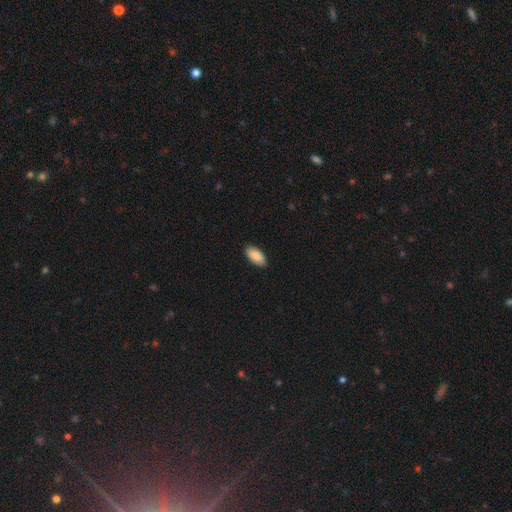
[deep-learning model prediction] Q: Smooth or featured?
A: smooth (90%); runner-up: star or artifact (6%)
Q: How rounded?
A: in between (93%); runner-up: cigar-shaped (5%)
Q: Merging?
A: none (87%); runner-up: minor disturbance (10%)